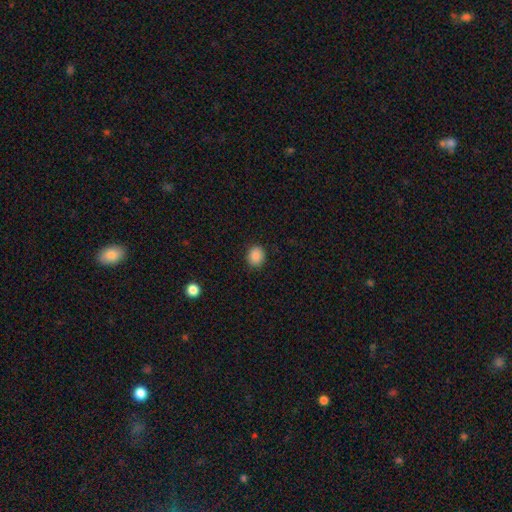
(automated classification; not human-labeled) A smooth galaxy with no disk features (88%) that is round (71%).

Vote fractions:
- Smooth or featured? smooth: 88% / star or artifact: 9% / featured or disk: 3%
- How rounded? round: 71% / in between: 29% / cigar-shaped: 1%
- Merging? none: 89% / minor disturbance: 8% / major disturbance: 2% / merger: 1%